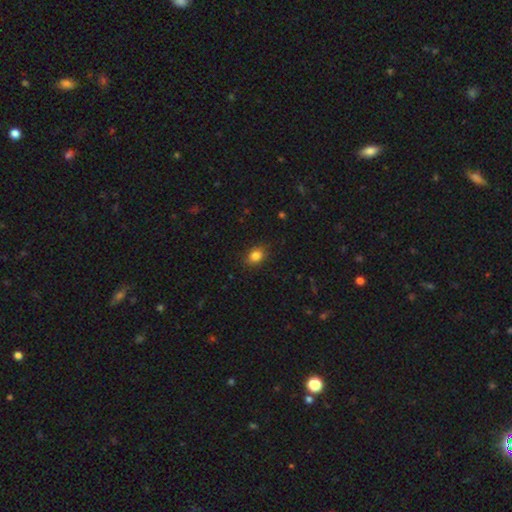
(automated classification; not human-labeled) Smooth or featured? Predicted: smooth (p=0.84). How rounded? Predicted: in between (p=0.57). Merging? Predicted: none (p=0.86).